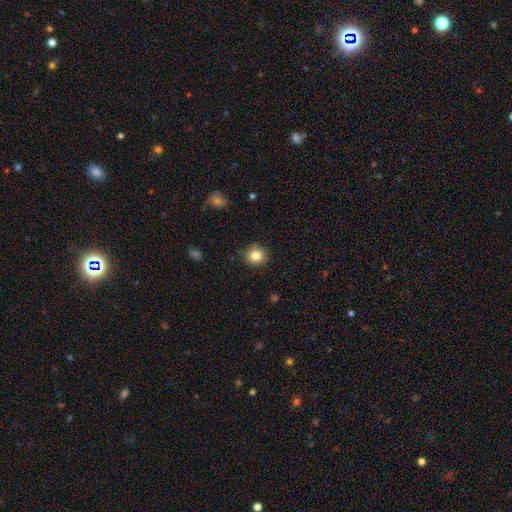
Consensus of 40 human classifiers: Morphology: type=smooth (82%); roundness=round (91%); merging=none (95%).